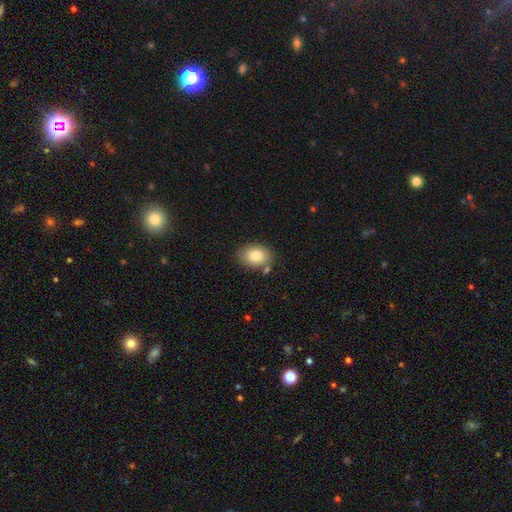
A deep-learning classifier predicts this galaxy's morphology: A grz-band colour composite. It shows a smooth galaxy with no disk features (82%) that is in between round and cigar-shaped (74%). Merging: none (74%).